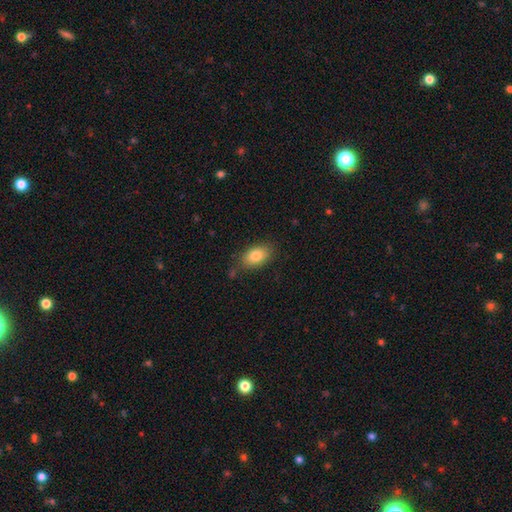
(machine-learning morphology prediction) smooth-or-featured: smooth: 82% | featured or disk: 10% | star or artifact: 8%
  how-rounded: in between: 90% | round: 8% | cigar-shaped: 2%
  merging: none: 77% | minor disturbance: 16% | major disturbance: 4% | merger: 3%